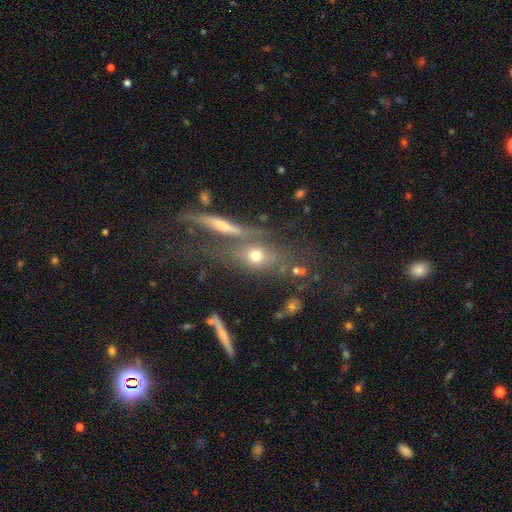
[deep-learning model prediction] Morphology: type=smooth (59%); roundness=round (44%); merging=none (43%).